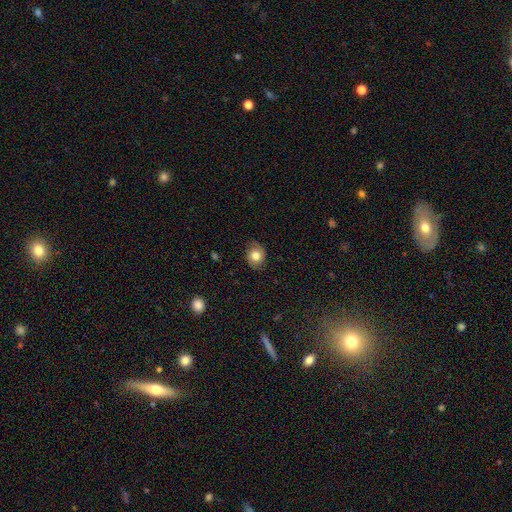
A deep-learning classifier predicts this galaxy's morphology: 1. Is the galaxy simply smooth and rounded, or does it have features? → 74% smooth, 17% featured or disk, 9% star or artifact.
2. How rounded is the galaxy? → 60% round, 39% in between, 1% cigar-shaped.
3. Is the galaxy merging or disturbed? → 75% none, 19% minor disturbance, 4% major disturbance, 1% merger.